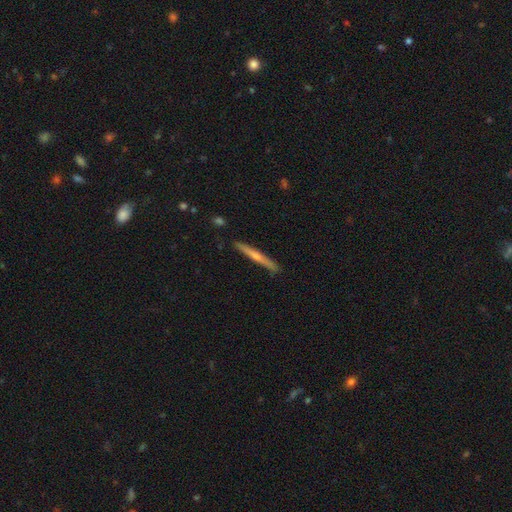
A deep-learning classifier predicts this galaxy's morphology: featured or disk 61%, smooth 34%, star or artifact 6%. Down the decision tree: edge-on disk — yes (97%); edge-on bulge — rounded (65%); merging — none (90%).